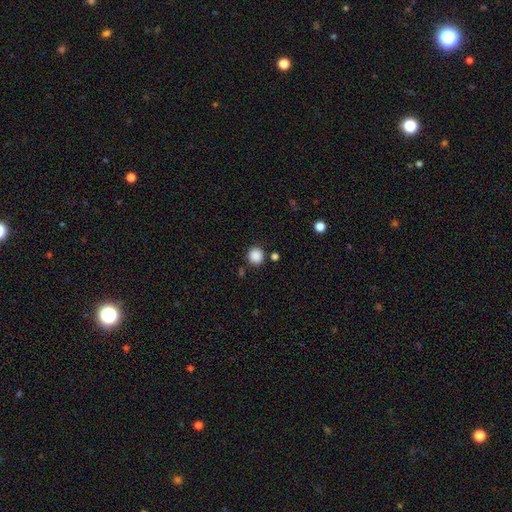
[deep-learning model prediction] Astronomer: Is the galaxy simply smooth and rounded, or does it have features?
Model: smooth — 88%.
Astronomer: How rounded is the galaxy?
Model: round — 92%.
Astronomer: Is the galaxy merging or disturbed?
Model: none — 85%.